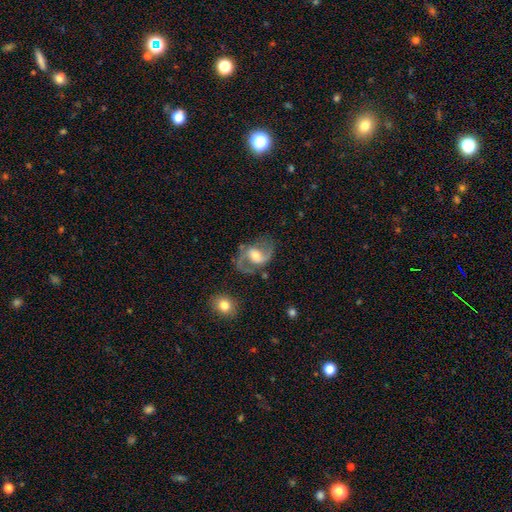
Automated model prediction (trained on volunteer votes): Q: Smooth or featured?
A: featured or disk (85%); runner-up: smooth (9%)
Q: Edge-on disk?
A: no (97%); runner-up: yes (3%)
Q: Bar?
A: weak (49%); runner-up: no (28%)
Q: Spiral arms?
A: yes (96%); runner-up: no (4%)
Q: Spiral winding?
A: medium (49%); runner-up: loose (42%)
Q: Spiral arm count?
A: 2 (91%); runner-up: 1 (4%)
Q: Bulge size?
A: moderate (59%); runner-up: small (23%)
Q: Merging?
A: none (68%); runner-up: minor disturbance (17%)